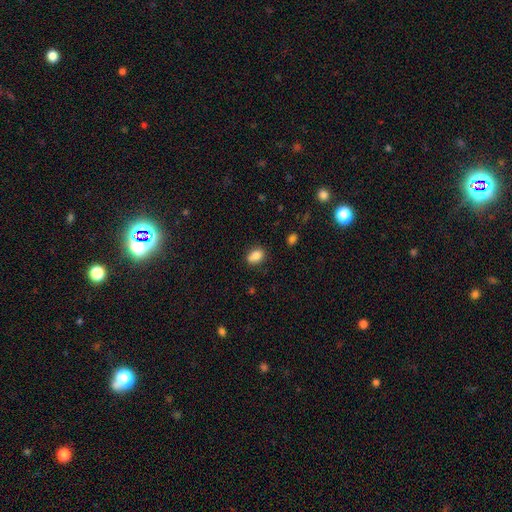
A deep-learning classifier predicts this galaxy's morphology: smooth-or-featured: smooth: 82% | star or artifact: 10% | featured or disk: 8%
  how-rounded: in between: 68% | round: 31% | cigar-shaped: 2%
  merging: none: 62% | minor disturbance: 19% | merger: 14% | major disturbance: 4%